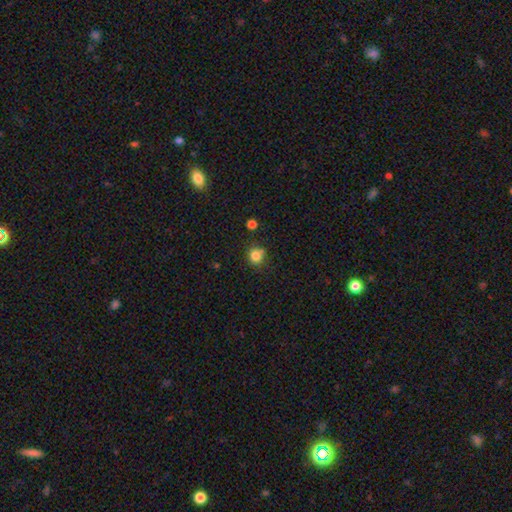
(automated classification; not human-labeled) Overall: smooth (82%). How rounded: round (87%). Merging: none (75%).